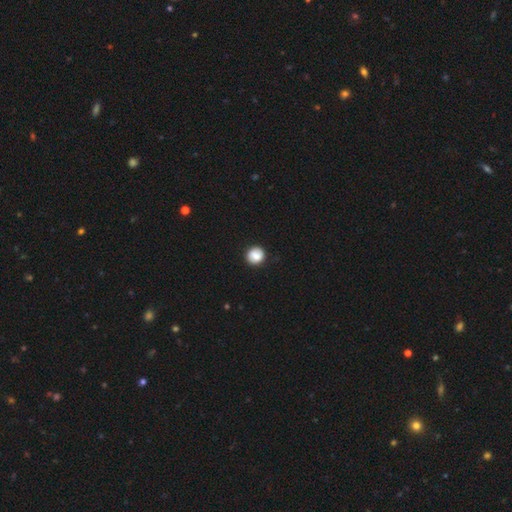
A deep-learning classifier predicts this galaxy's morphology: Smooth or featured? smooth (83%)
How rounded? round (91%)
Merging? none (88%)